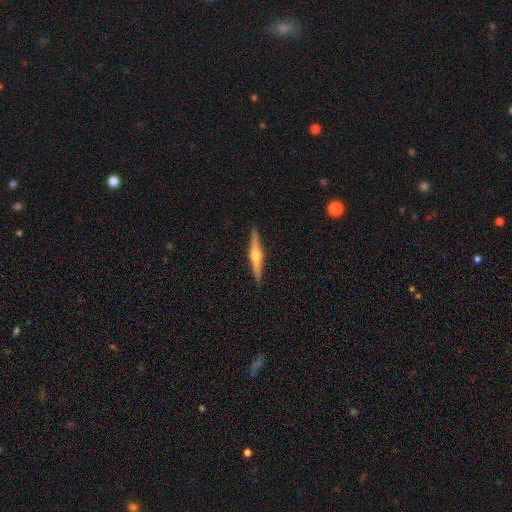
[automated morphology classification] This is likely a featured or disk galaxy (73%). It is clearly viewed edge-on (98%). Edge-on bulge: clearly rounded (95%). Merging: clearly none (91%).